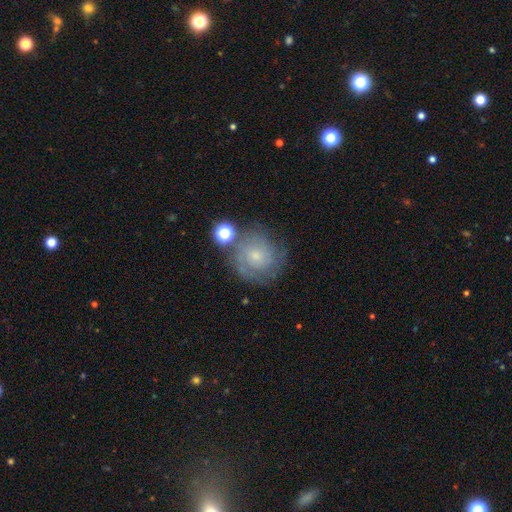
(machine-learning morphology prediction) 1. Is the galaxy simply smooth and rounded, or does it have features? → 57% featured or disk, 32% smooth, 11% star or artifact.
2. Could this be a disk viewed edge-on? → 98% no, 2% yes.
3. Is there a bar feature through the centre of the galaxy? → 79% no, 19% weak, 3% strong.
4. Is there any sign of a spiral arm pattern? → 84% yes, 16% no.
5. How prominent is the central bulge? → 69% small, 22% moderate, 5% none, 2% large, 1% dominant.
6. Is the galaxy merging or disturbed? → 68% none, 17% minor disturbance, 8% major disturbance, 7% merger.